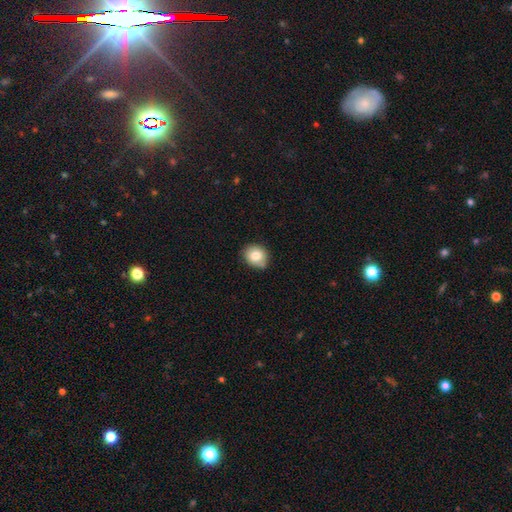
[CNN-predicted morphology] smooth_or_featured: smooth (p=0.81) [alt: featured or disk p=0.10]
how_rounded: round (p=0.69) [alt: in between p=0.30]
merging: none (p=0.76) [alt: minor disturbance p=0.18]